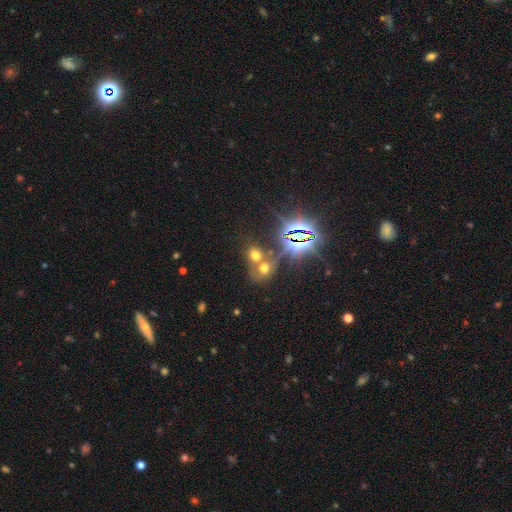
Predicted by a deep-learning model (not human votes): Smooth or featured? smooth (48%)
Merging? merger (53%)